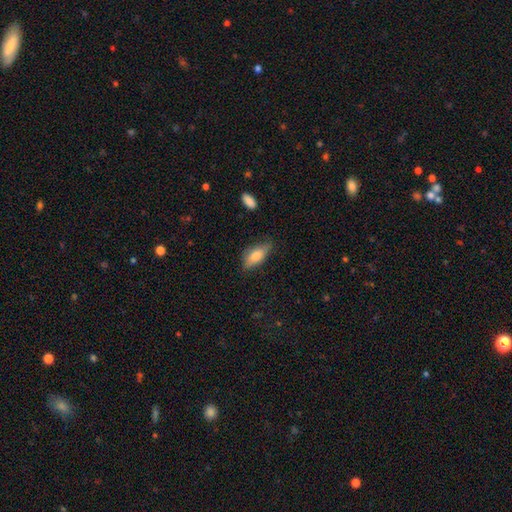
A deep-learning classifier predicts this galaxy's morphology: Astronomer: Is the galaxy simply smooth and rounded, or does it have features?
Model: smooth — 75%.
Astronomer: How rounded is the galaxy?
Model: in between — 80%.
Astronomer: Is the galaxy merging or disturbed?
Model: none — 65%.